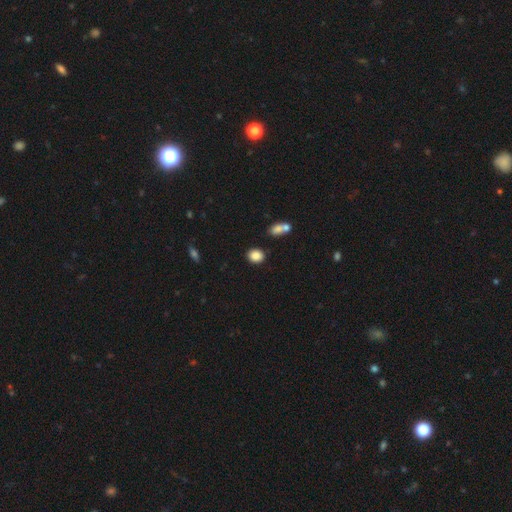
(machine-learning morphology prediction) Smooth or featured? Predicted: smooth (p=0.86). How rounded? Predicted: round (p=0.60). Merging? Predicted: none (p=0.83).